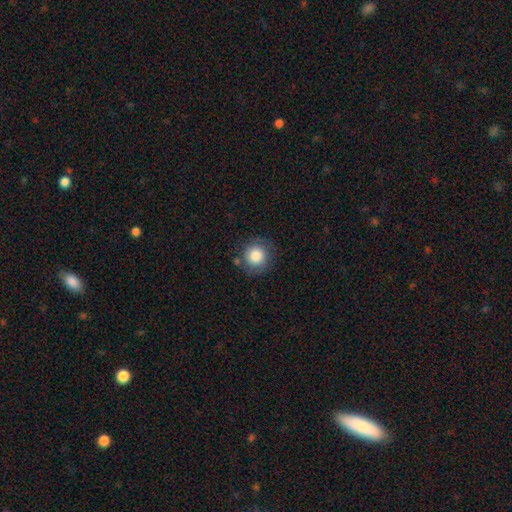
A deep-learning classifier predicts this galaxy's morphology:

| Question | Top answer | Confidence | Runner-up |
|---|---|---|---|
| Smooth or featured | smooth | 84% | star or artifact (9%) |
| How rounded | round | 93% | in between (6%) |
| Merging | none | 81% | minor disturbance (12%) |